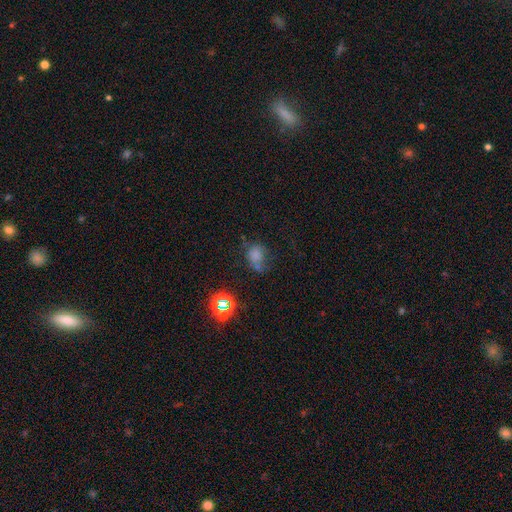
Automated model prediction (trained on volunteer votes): Smooth or featured?
  - smooth: 64% *
  - star or artifact: 21%
  - featured or disk: 15%
How rounded?
  - round: 55% *
  - in between: 44%
  - cigar-shaped: 1%
Merging?
  - none: 41% *
  - minor disturbance: 26%
  - major disturbance: 21%
  - merger: 12%